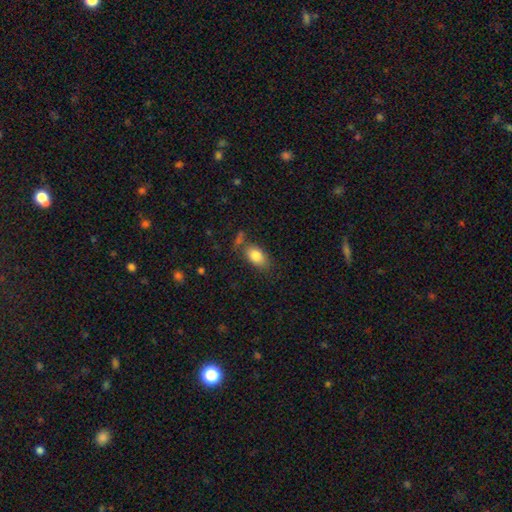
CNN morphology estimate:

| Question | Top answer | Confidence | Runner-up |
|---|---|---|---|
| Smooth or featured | smooth | 82% | featured or disk (10%) |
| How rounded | in between | 88% | round (9%) |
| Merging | none | 67% | minor disturbance (18%) |